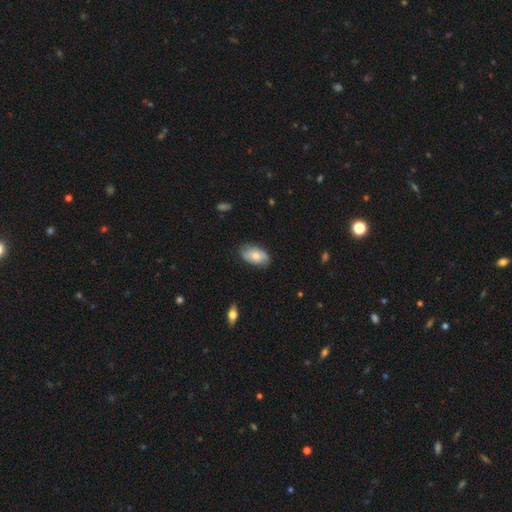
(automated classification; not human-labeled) smooth-or-featured: smooth: 66% | featured or disk: 28% | star or artifact: 7%
  how-rounded: in between: 92% | round: 6% | cigar-shaped: 2%
  merging: none: 74% | minor disturbance: 21% | major disturbance: 4% | merger: 1%